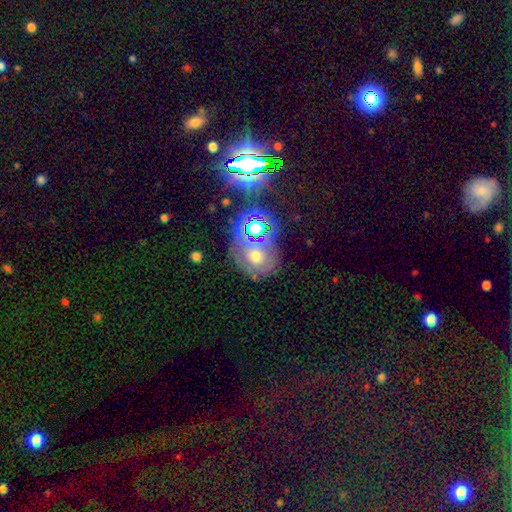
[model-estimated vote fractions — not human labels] smooth 50%, star or artifact 25%, featured or disk 25%. Down the decision tree: merging — none (57%).